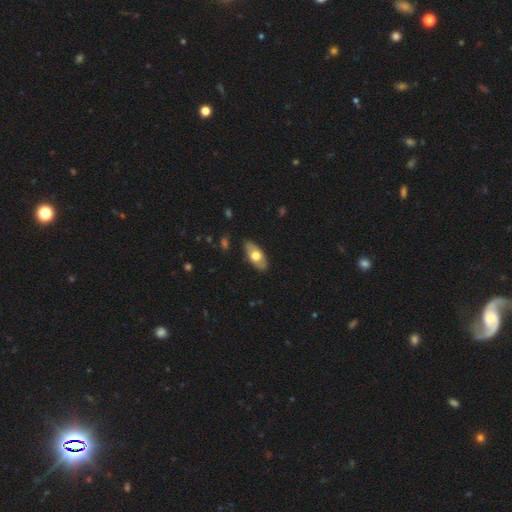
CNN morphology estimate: type=smooth (59%); roundness=in between (89%); merging=none (85%).